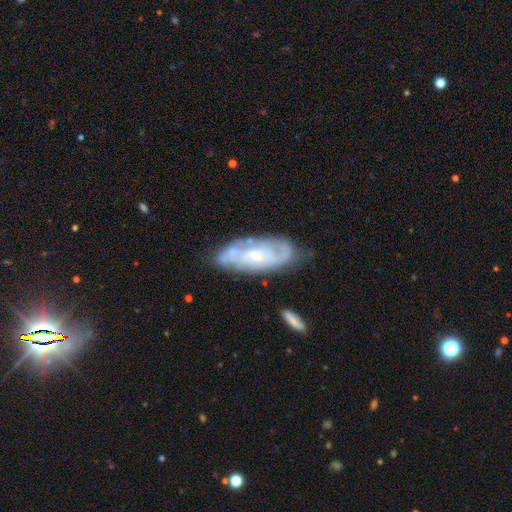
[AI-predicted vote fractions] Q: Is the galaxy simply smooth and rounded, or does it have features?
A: featured or disk — 76%.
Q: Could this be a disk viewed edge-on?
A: no — 90%.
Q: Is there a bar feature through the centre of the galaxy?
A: no — 63%.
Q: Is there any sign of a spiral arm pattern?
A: yes — 87%.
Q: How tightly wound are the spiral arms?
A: tight — 55%.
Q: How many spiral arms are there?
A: can't tell — 43%.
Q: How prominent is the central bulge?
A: small — 66%.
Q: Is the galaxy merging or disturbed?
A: none — 68%.